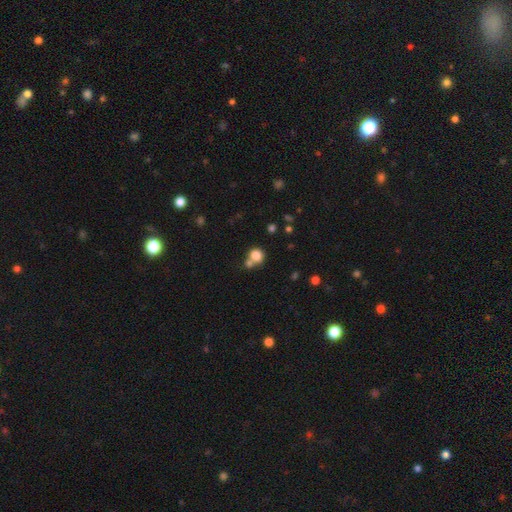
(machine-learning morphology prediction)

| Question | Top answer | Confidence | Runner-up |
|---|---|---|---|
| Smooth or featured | smooth | 81% | star or artifact (11%) |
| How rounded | round | 83% | in between (16%) |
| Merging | none | 50% | merger (36%) |